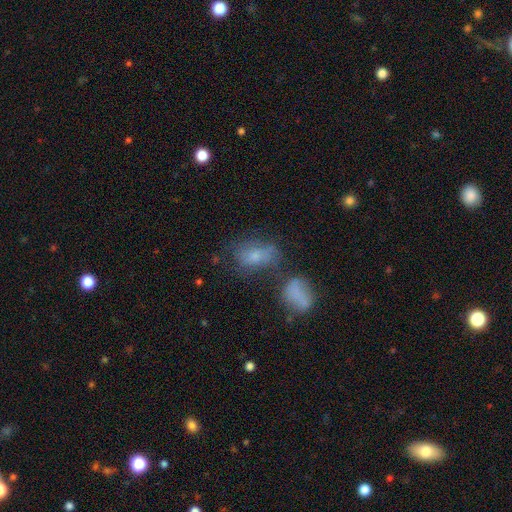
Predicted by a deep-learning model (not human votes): Q: Smooth or featured?
A: smooth (64%); runner-up: featured or disk (22%)
Q: How rounded?
A: in between (81%); runner-up: round (16%)
Q: Merging?
A: none (41%); runner-up: minor disturbance (21%)